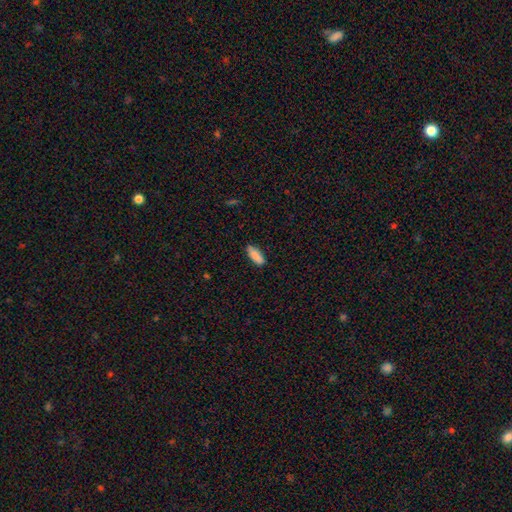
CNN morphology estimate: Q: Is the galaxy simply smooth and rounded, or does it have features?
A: smooth — 89%.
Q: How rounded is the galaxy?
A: in between — 69%.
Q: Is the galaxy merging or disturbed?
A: none — 86%.